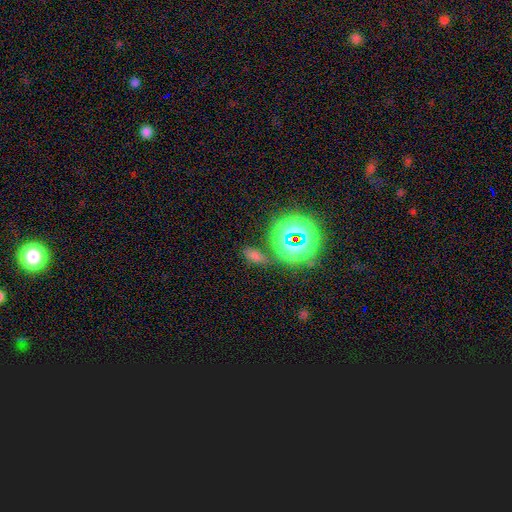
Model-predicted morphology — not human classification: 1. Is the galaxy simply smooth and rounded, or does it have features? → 45% smooth, 43% star or artifact, 12% featured or disk.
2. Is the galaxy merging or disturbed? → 74% none, 12% minor disturbance, 7% merger, 6% major disturbance.